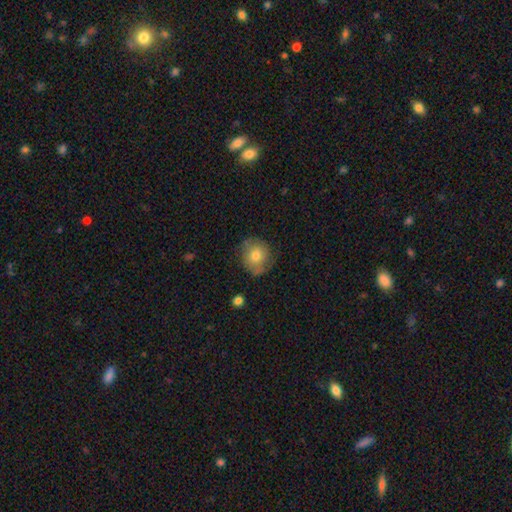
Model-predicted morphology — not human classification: Smooth or featured?
  - smooth: 69% *
  - featured or disk: 22%
  - star or artifact: 8%
How rounded?
  - round: 78% *
  - in between: 21%
  - cigar-shaped: 1%
Merging?
  - none: 72% *
  - minor disturbance: 20%
  - major disturbance: 5%
  - merger: 2%